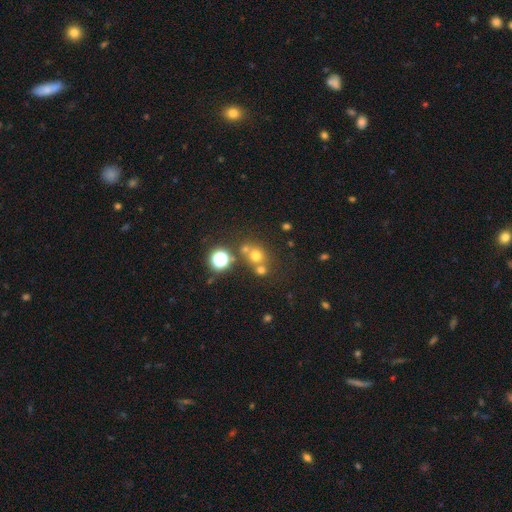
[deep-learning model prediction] Q: Smooth or featured?
A: smooth (63%); runner-up: star or artifact (25%)
Q: How rounded?
A: round (82%); runner-up: in between (17%)
Q: Merging?
A: none (58%); runner-up: merger (29%)